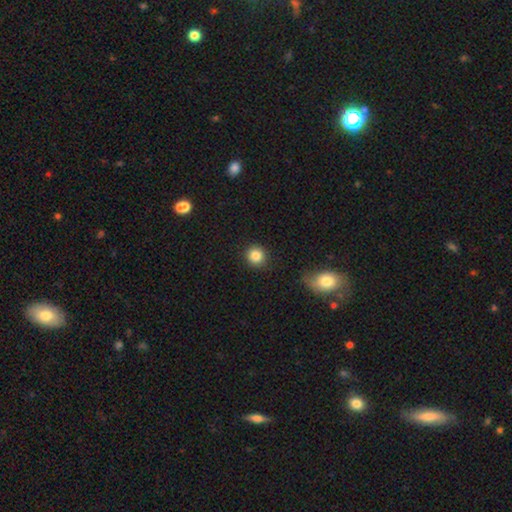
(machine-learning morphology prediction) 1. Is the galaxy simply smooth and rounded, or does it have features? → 85% smooth, 10% star or artifact, 5% featured or disk.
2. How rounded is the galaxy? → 91% round, 8% in between, 1% cigar-shaped.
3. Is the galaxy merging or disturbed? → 90% none, 7% minor disturbance, 2% major disturbance, 2% merger.